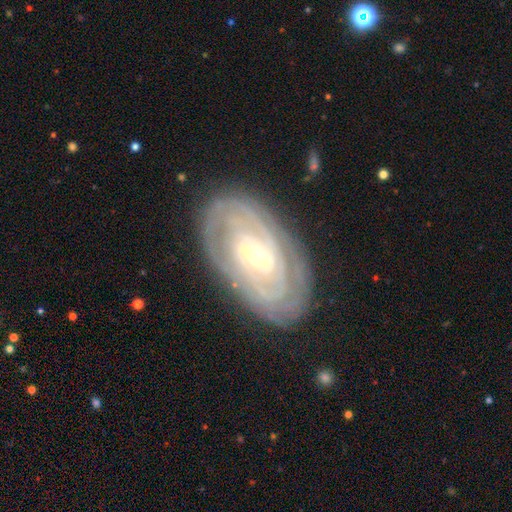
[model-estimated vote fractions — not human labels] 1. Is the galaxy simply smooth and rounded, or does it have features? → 86% featured or disk, 9% smooth, 5% star or artifact.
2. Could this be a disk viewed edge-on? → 94% no, 6% yes.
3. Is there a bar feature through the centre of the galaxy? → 53% no, 32% weak, 15% strong.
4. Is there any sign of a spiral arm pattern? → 92% yes, 8% no.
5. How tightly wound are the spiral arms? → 84% tight, 13% medium, 3% loose.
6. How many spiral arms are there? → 41% can't tell, 20% 2, 15% 3, 12% 4, 7% more than 4, 5% 1.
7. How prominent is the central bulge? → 53% small, 43% moderate, 2% large, 1% none, 1% dominant.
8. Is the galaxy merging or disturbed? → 82% none, 13% minor disturbance, 4% major disturbance, 1% merger.